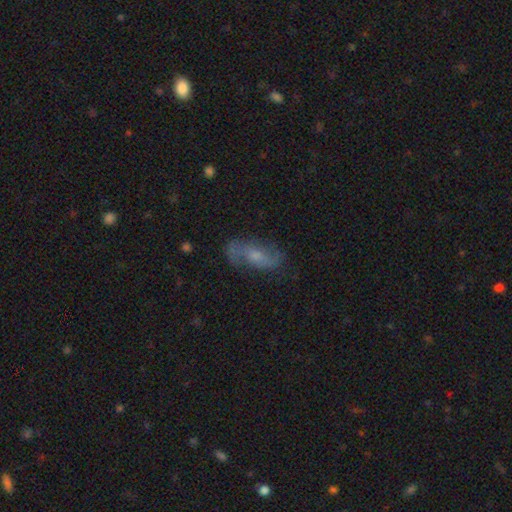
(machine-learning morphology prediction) Smooth or featured: featured or disk — 65% (smooth — 26%)
Edge-on disk: no — 90% (yes — 10%)
Bar: no — 54% (weak — 37%)
Spiral arms: yes — 88% (no — 12%)
Spiral winding: loose — 47% (medium — 38%)
Spiral arm count: 2 — 86% (can't tell — 8%)
Bulge size: moderate — 46% (small — 39%)
Merging: none — 73% (minor disturbance — 18%)